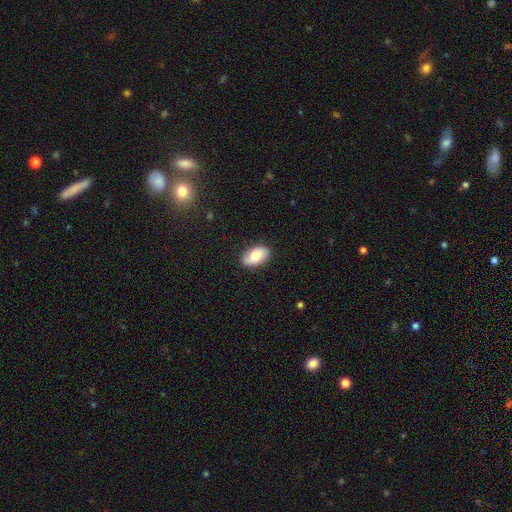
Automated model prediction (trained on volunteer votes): Morphology: type=smooth (75%); roundness=in between (93%); merging=none (83%).